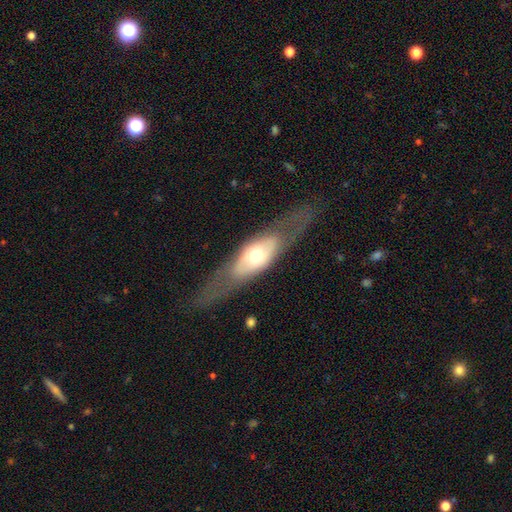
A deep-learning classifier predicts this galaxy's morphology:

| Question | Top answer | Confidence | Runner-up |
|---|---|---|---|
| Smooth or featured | featured or disk | 59% | smooth (35%) |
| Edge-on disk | no | 57% | yes (43%) |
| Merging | none | 67% | minor disturbance (16%) |